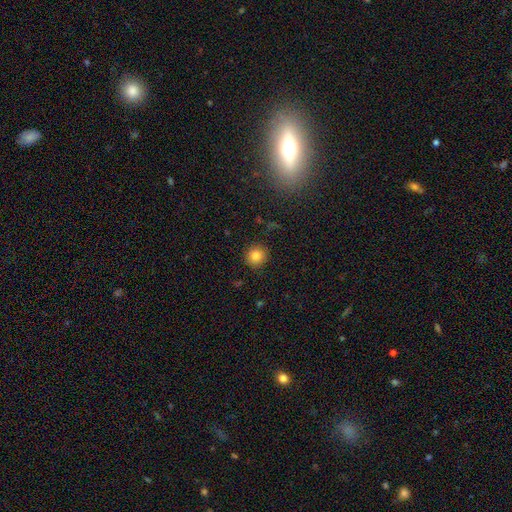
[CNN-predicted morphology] This is clearly a smooth galaxy (83%). How rounded: clearly round (93%). Merging: clearly none (88%).